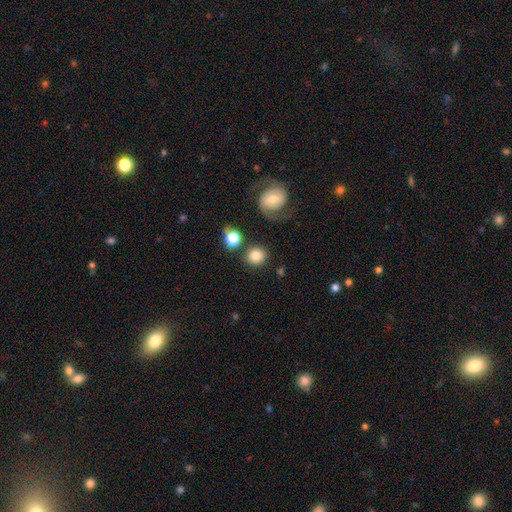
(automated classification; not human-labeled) smooth-or-featured: smooth: 82% | star or artifact: 9% | featured or disk: 8%
  how-rounded: round: 87% | in between: 12% | cigar-shaped: 1%
  merging: none: 80% | minor disturbance: 9% | merger: 7% | major disturbance: 4%